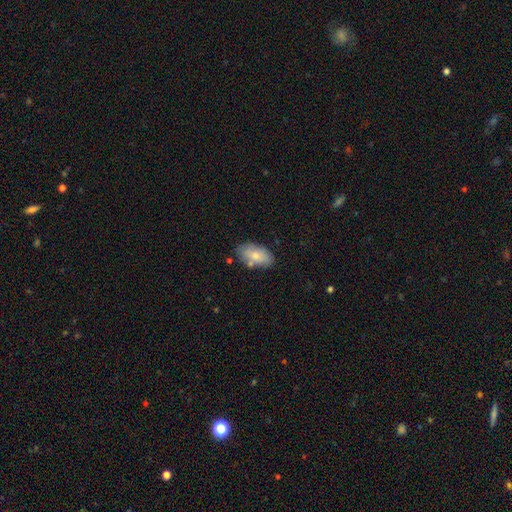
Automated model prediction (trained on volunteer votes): smooth_or_featured: smooth (p=0.76) [alt: featured or disk p=0.18]
how_rounded: in between (p=0.94) [alt: round p=0.04]
merging: none (p=0.71) [alt: minor disturbance p=0.18]